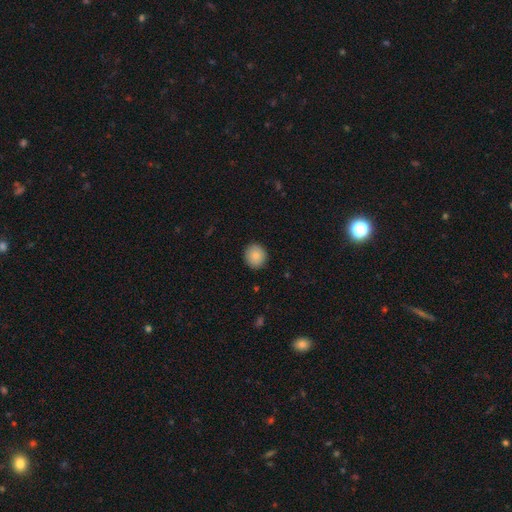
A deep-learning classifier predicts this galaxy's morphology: Smooth or featured?
  - smooth: 87% *
  - star or artifact: 8%
  - featured or disk: 5%
How rounded?
  - round: 86% *
  - in between: 13%
  - cigar-shaped: 1%
Merging?
  - none: 90% *
  - minor disturbance: 7%
  - major disturbance: 2%
  - merger: 1%